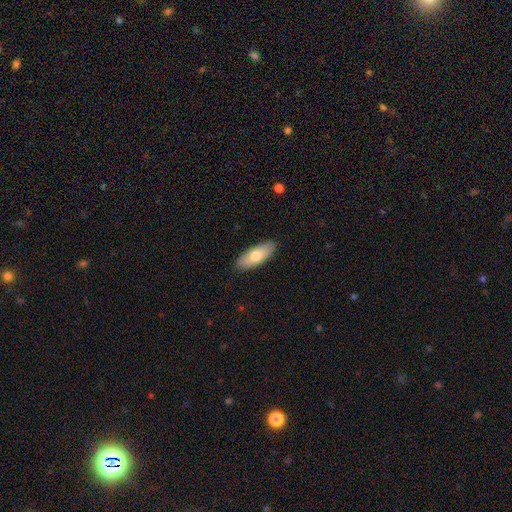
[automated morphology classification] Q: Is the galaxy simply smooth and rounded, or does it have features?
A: smooth — 72%.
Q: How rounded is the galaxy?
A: in between — 75%.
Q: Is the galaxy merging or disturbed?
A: none — 87%.